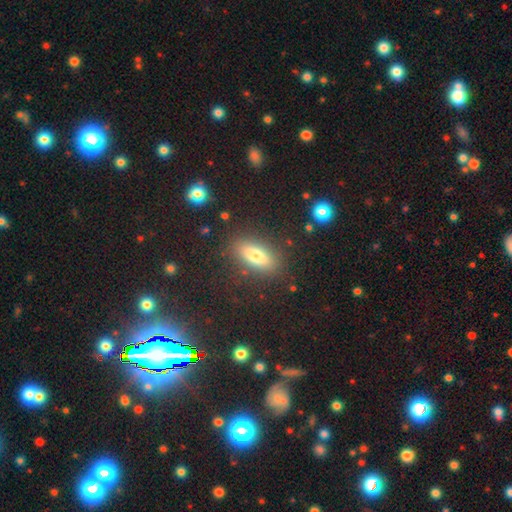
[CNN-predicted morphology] Smooth or featured? Predicted: smooth (p=0.73). How rounded? Predicted: in between (p=0.77). Merging? Predicted: none (p=0.85).